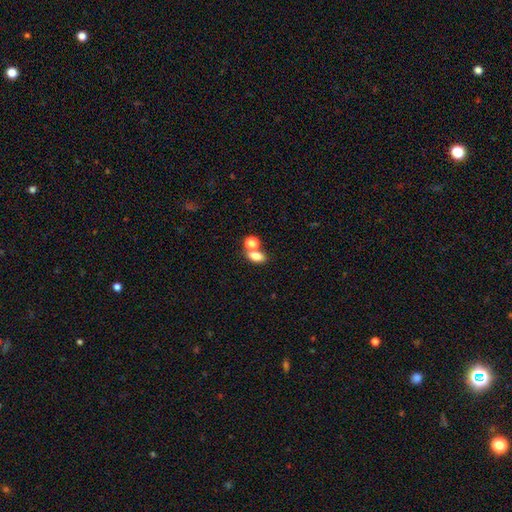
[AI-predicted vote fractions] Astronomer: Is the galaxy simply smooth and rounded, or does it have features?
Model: smooth — 78%.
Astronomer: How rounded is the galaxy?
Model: in between — 77%.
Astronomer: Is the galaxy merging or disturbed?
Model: none — 50% (runner-up: merger, 36%).